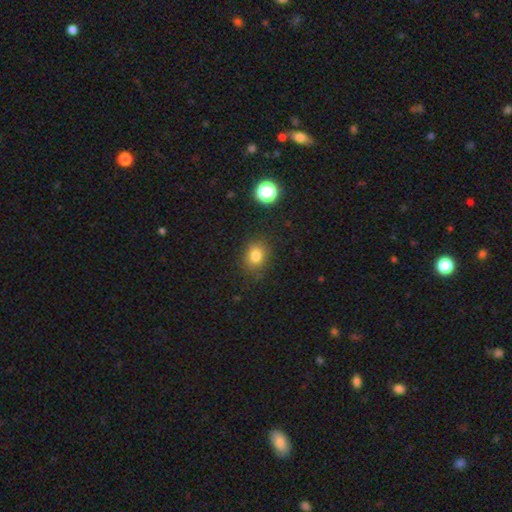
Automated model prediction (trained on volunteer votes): Morphology: type=smooth (80%); roundness=round (63%); merging=none (82%).